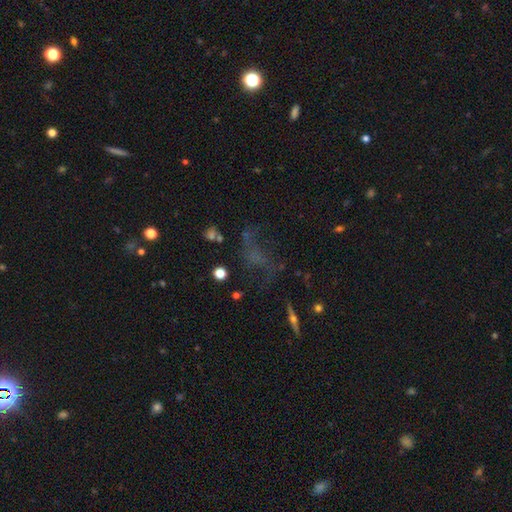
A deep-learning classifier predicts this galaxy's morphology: Overall: star or artifact (36%; featured or disk 34%).